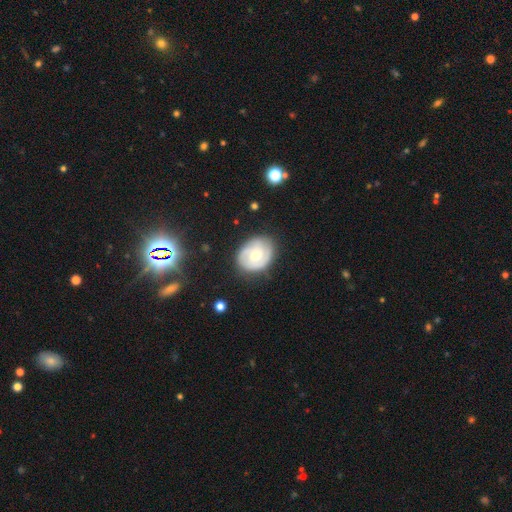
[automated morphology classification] A featured or disk galaxy (57%) with no bar (66%), spiral arms (77%) and a moderate central bulge (65%).

Vote fractions:
- Smooth or featured? featured or disk: 57% / smooth: 36% / star or artifact: 7%
- Edge-on disk? no: 97% / yes: 3%
- Bar? no: 66% / weak: 29% / strong: 5%
- Spiral arms? yes: 77% / no: 23%
- Bulge size? moderate: 65% / small: 28% / large: 4% / none: 1% / dominant: 1%
- Merging? none: 75% / minor disturbance: 18% / major disturbance: 5% / merger: 1%